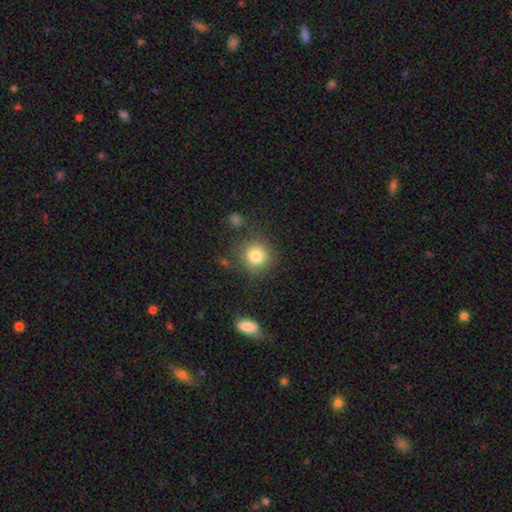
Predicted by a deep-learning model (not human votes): Smooth or featured?
  - smooth: 82% *
  - star or artifact: 10%
  - featured or disk: 7%
How rounded?
  - round: 91% *
  - in between: 8%
  - cigar-shaped: 1%
Merging?
  - none: 82% *
  - minor disturbance: 10%
  - major disturbance: 4%
  - merger: 4%